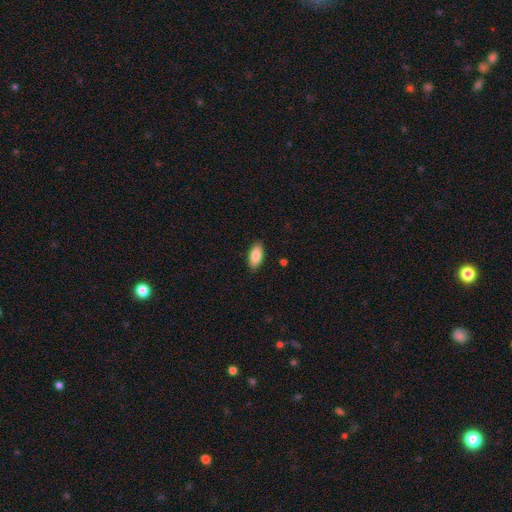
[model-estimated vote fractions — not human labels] smooth_or_featured: smooth (p=0.86) [alt: featured or disk p=0.08]
how_rounded: in between (p=0.92) [alt: cigar-shaped p=0.06]
merging: none (p=0.89) [alt: minor disturbance p=0.09]